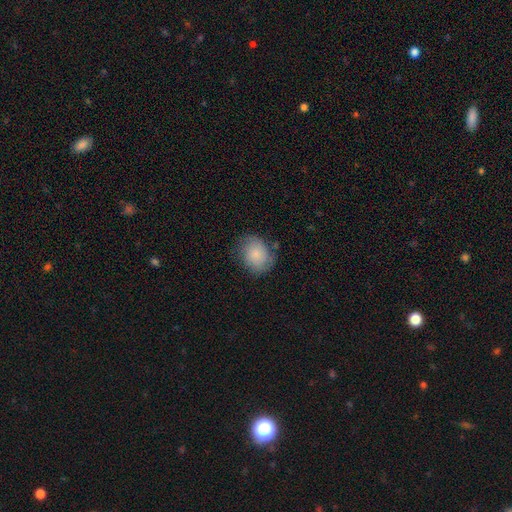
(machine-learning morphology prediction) Smooth or featured: smooth — 76% (featured or disk — 17%)
How rounded: round — 54% (in between — 45%)
Merging: none — 66% (minor disturbance — 25%)